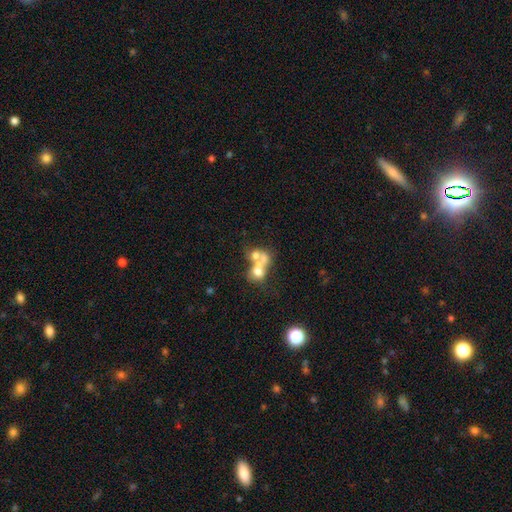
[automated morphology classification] This is possibly a smooth galaxy (49%). Merging: likely merger (64%).